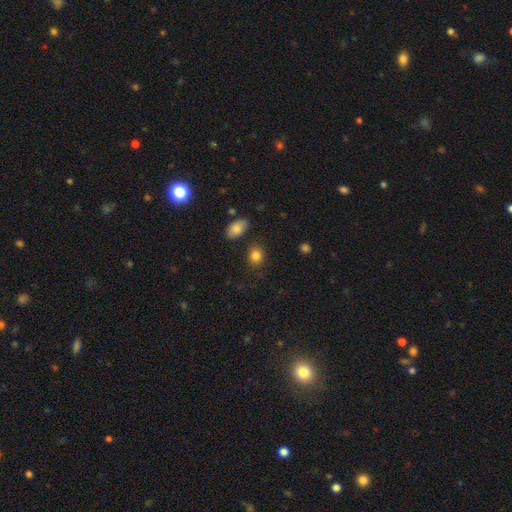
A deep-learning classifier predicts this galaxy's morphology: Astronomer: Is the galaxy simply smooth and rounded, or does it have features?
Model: smooth — 85%.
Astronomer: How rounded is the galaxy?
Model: round — 65%.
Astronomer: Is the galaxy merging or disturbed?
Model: none — 82%.